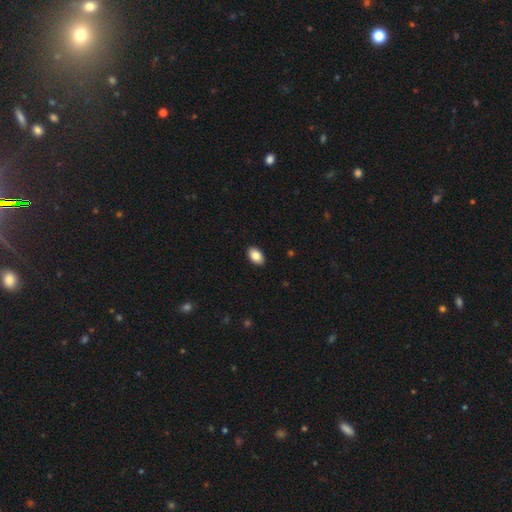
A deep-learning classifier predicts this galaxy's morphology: Smooth or featured?
  - smooth: 86% *
  - star or artifact: 7%
  - featured or disk: 7%
How rounded?
  - in between: 91% *
  - round: 8%
  - cigar-shaped: 1%
Merging?
  - none: 90% *
  - minor disturbance: 7%
  - major disturbance: 2%
  - merger: 1%